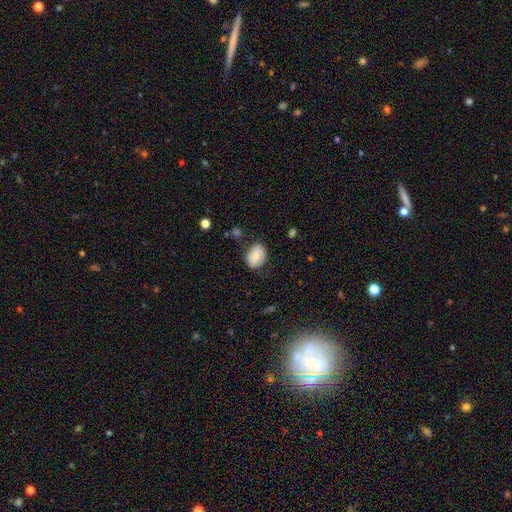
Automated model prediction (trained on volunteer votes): This appears to be a smooth galaxy with no disk features (69%) that is in between round and cigar-shaped (59%). Merging: none (77%).